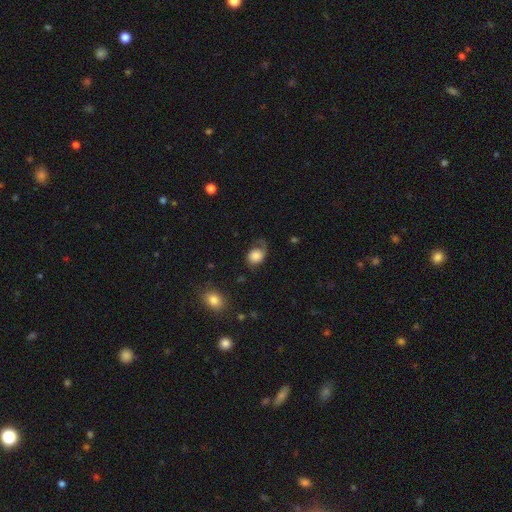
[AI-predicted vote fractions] This appears to be a smooth galaxy with no disk features (57%) that is in between round and cigar-shaped (54%). Merging: none (42%).